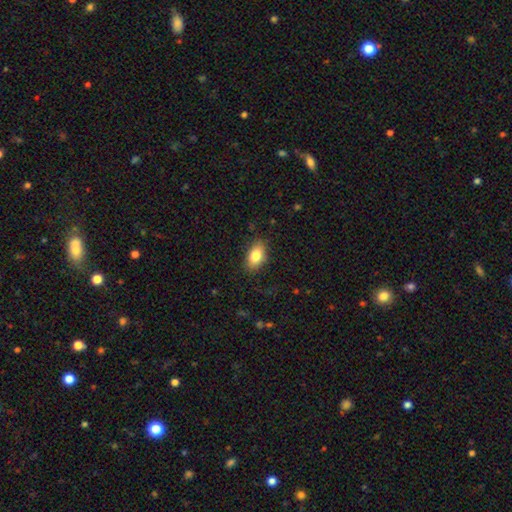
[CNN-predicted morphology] A smooth galaxy with no disk features (82%) that is in between round and cigar-shaped (90%). Merging: none (84%).